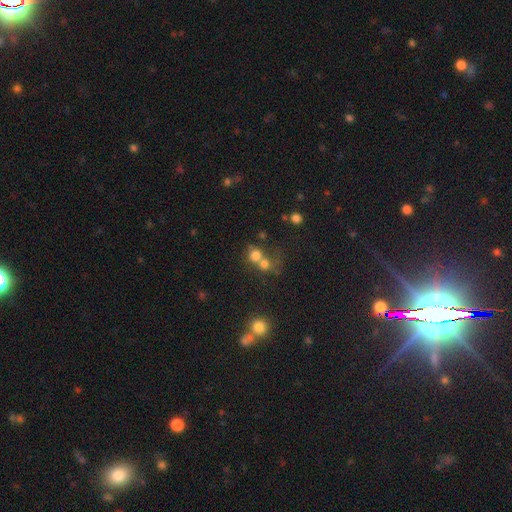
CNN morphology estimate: smooth-or-featured: smooth: 72% | star or artifact: 15% | featured or disk: 13%
  how-rounded: round: 80% | in between: 19% | cigar-shaped: 1%
  merging: merger: 58% | none: 31% | minor disturbance: 6% | major disturbance: 5%